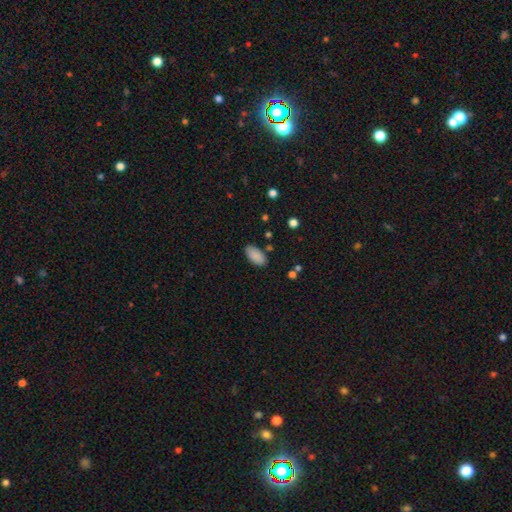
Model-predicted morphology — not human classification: This appears to be a smooth galaxy with no disk features (88%) that is in between round and cigar-shaped (95%). Merging: none (83%).